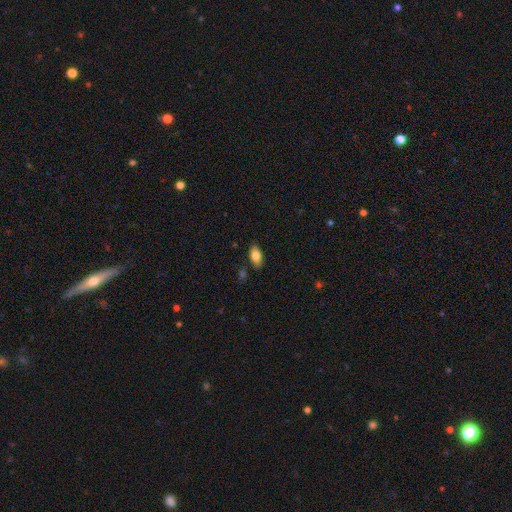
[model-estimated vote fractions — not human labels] Q: Smooth or featured?
A: smooth (81%); runner-up: featured or disk (12%)
Q: How rounded?
A: in between (90%); runner-up: cigar-shaped (5%)
Q: Merging?
A: none (84%); runner-up: minor disturbance (11%)